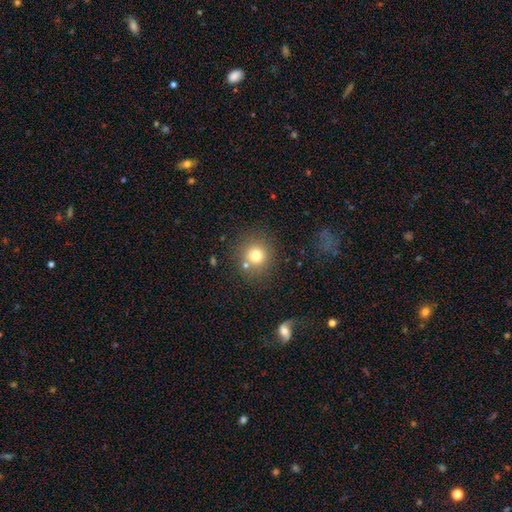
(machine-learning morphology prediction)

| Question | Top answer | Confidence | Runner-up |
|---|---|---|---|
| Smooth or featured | smooth | 76% | star or artifact (14%) |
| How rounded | round | 90% | in between (9%) |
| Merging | none | 78% | minor disturbance (9%) |